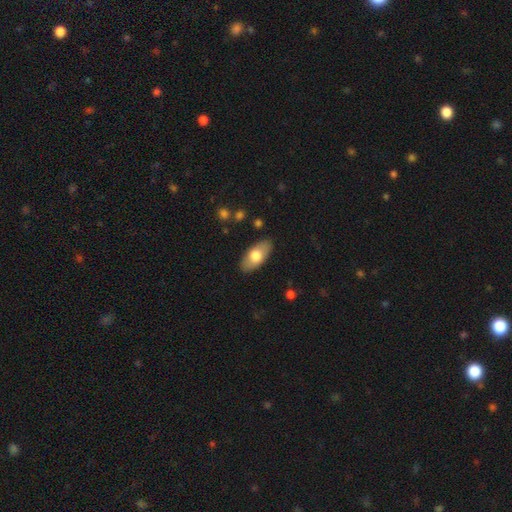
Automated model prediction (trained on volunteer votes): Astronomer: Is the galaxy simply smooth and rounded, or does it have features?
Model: smooth — 69%.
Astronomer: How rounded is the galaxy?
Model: in between — 90%.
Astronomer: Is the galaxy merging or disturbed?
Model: none — 87%.